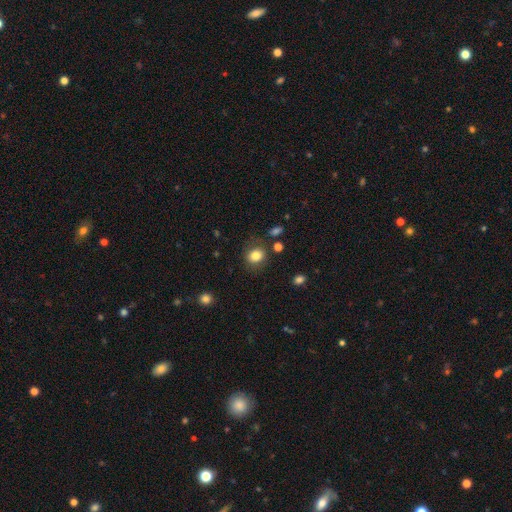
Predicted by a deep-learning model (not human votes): smooth_or_featured: smooth (p=0.82) [alt: star or artifact p=0.10]
how_rounded: round (p=0.65) [alt: in between p=0.34]
merging: none (p=0.79) [alt: minor disturbance p=0.13]